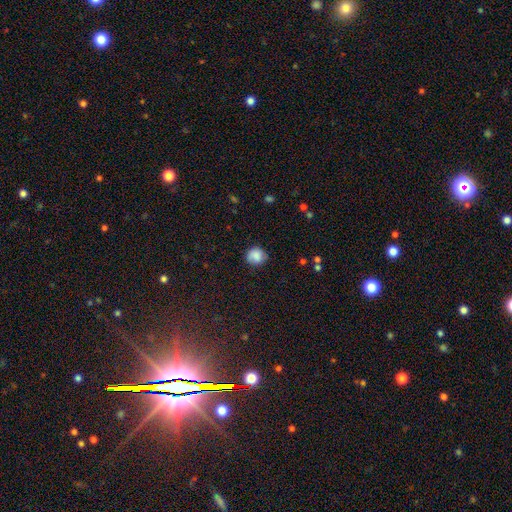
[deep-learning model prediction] Smooth or featured? Predicted: smooth (p=0.80). How rounded? Predicted: round (p=0.85). Merging? Predicted: none (p=0.76).